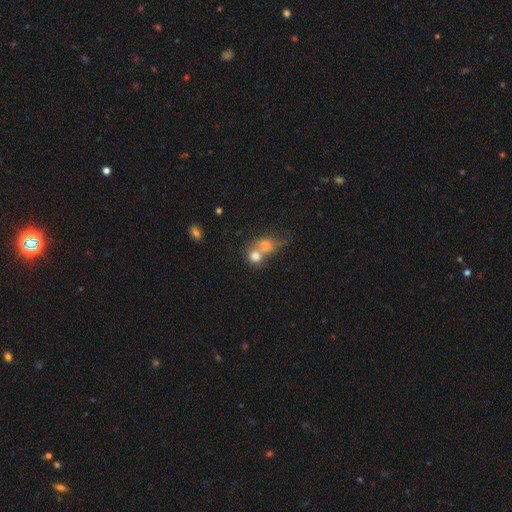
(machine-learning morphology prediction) Smooth or featured: smooth — 73% (featured or disk — 16%)
How rounded: round — 70% (in between — 28%)
Merging: merger — 65% (none — 24%)